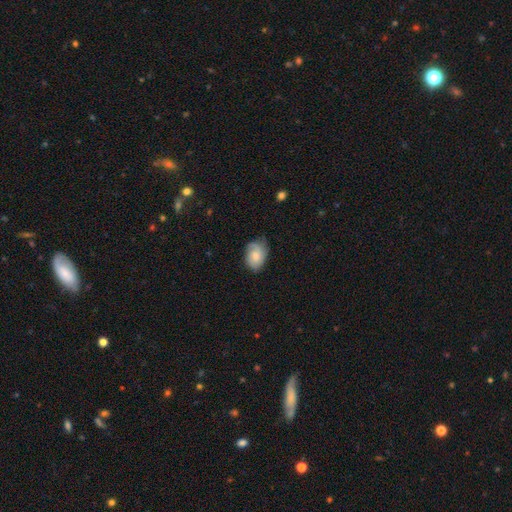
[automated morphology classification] Overall: smooth (56%; featured or disk 37%). How rounded: in between (78%). Merging: none (60%; minor disturbance 31%).